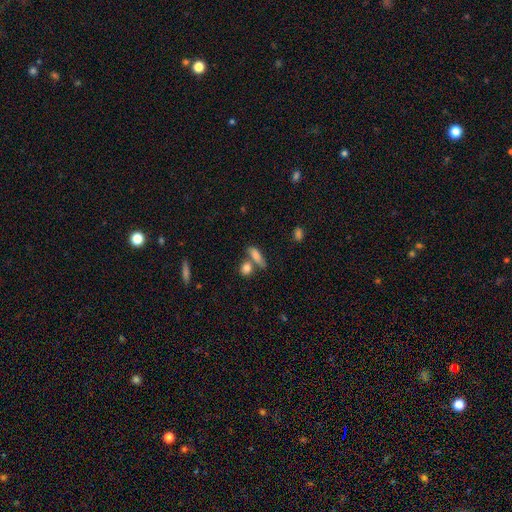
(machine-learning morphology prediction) Smooth or featured? smooth (77%)
How rounded? in between (56%)
Merging? none (52%)